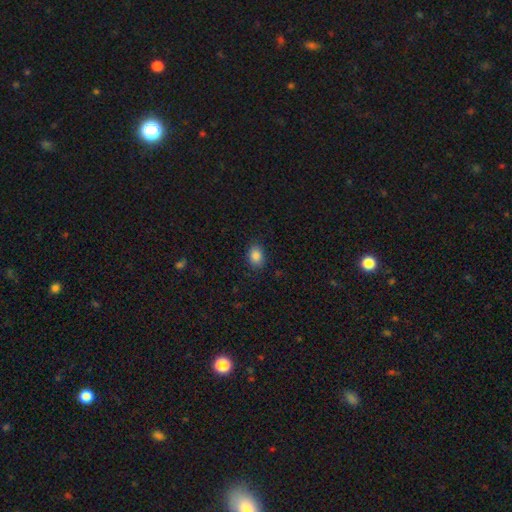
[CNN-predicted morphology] A smooth galaxy with no disk features (87%) that is in between round and cigar-shaped (72%).

Vote fractions:
- Smooth or featured? smooth: 87% / star or artifact: 9% / featured or disk: 4%
- How rounded? in between: 72% / round: 26% / cigar-shaped: 1%
- Merging? none: 85% / minor disturbance: 11% / major disturbance: 3% / merger: 1%